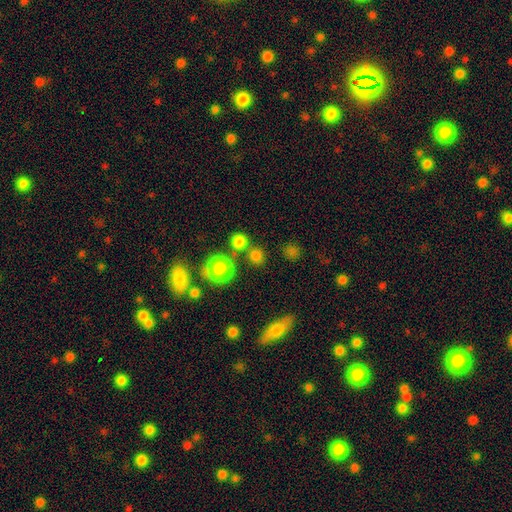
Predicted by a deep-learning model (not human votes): Morphology: type=smooth (78%); roundness=round (89%); merging=none (75%).